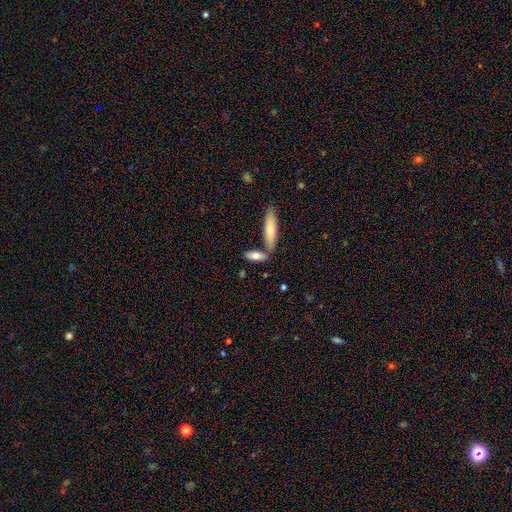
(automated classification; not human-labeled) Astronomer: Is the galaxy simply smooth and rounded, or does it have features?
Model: smooth — 75%.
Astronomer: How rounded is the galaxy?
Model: in between — 60% (runner-up: cigar-shaped, 38%).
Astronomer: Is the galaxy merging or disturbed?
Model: none — 62%.